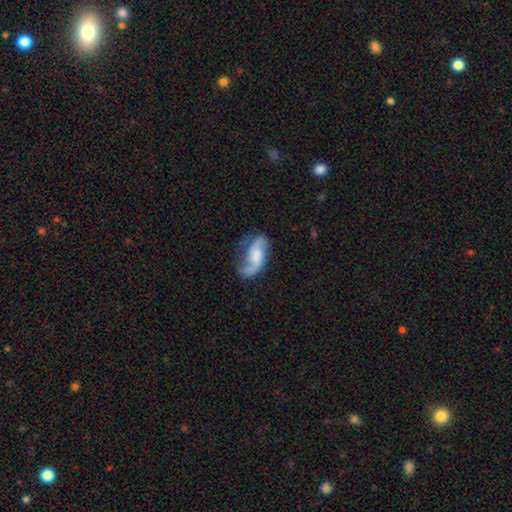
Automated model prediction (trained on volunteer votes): Morphology: type=featured or disk (73%); edge-on=no (95%); bar=no (51%); spiral arms=yes (93%); winding=loose (63%); arm count=2 (83%); bulge=moderate (28%); merging=none (58%).